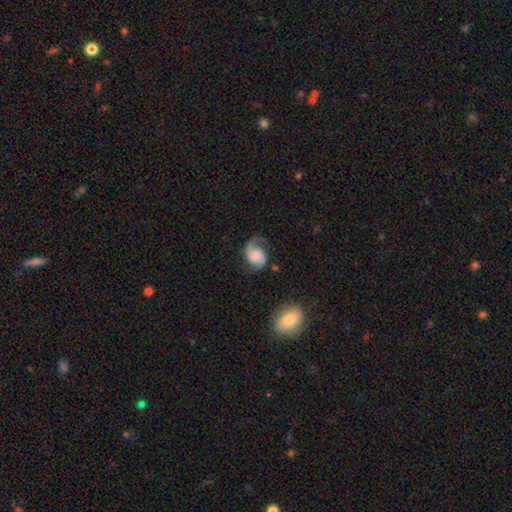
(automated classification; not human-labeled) Smooth or featured: featured or disk — 67% (smooth — 26%)
Edge-on disk: no — 98% (yes — 2%)
Bar: no — 64% (weak — 30%)
Spiral arms: yes — 93% (no — 7%)
Spiral winding: loose — 42% (medium — 41%)
Spiral arm count: 2 — 61% (1 — 33%)
Bulge size: moderate — 40% (small — 36%)
Merging: none — 51% (minor disturbance — 25%)